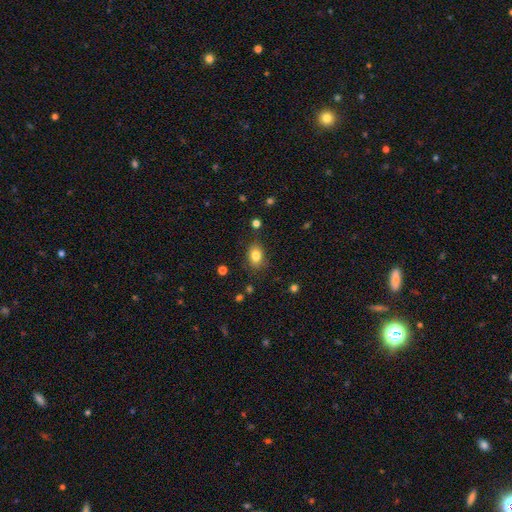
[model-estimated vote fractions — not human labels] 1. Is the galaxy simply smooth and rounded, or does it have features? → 82% smooth, 10% star or artifact, 8% featured or disk.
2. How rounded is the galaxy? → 74% in between, 25% round, 1% cigar-shaped.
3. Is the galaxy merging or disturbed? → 79% none, 15% minor disturbance, 4% major disturbance, 2% merger.